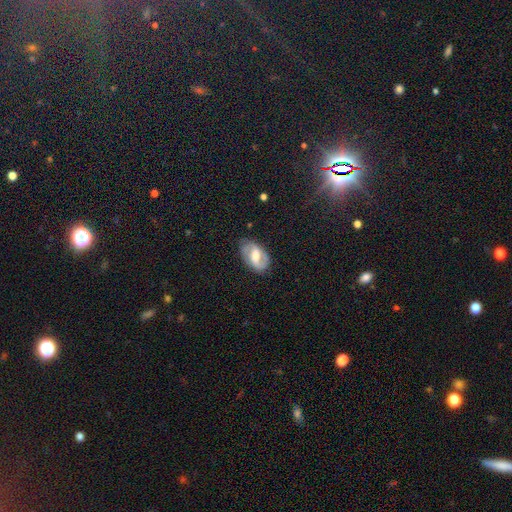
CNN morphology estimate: Overall: featured or disk (70%). Edge-on disk: no (95%). Bar: weak (48%; strong 32%). Spiral arms: yes (82%). Spiral arm count: 2 (85%). Spiral winding: medium (47%; tight 28%). Bulge size: moderate (63%). Merging: none (77%).